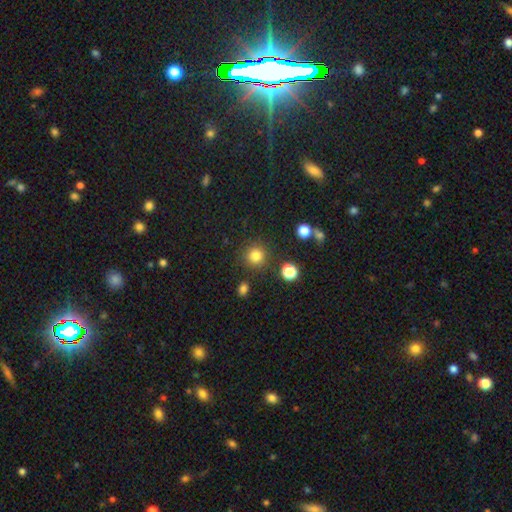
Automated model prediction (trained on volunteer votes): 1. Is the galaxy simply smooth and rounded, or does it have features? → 80% smooth, 15% star or artifact, 6% featured or disk.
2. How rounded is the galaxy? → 93% round, 6% in between, 1% cigar-shaped.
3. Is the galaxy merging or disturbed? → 86% none, 8% minor disturbance, 4% merger, 3% major disturbance.